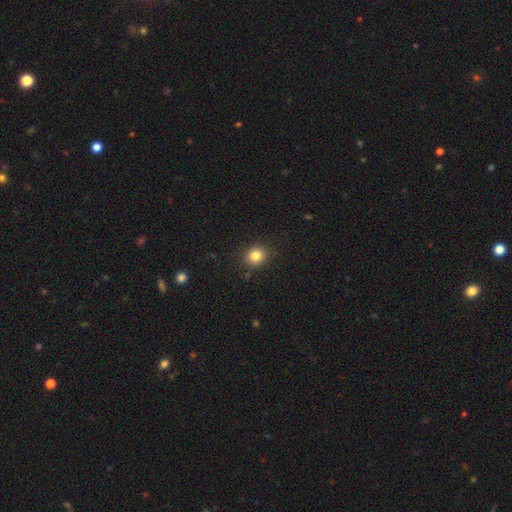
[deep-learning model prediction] smooth-or-featured: smooth: 83% | star or artifact: 11% | featured or disk: 6%
  how-rounded: round: 78% | in between: 21% | cigar-shaped: 1%
  merging: none: 87% | minor disturbance: 9% | major disturbance: 2% | merger: 2%